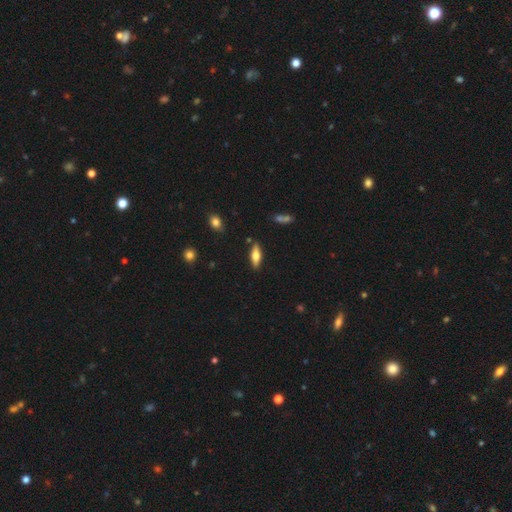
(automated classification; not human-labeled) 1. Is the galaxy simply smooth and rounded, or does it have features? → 58% smooth, 35% featured or disk, 7% star or artifact.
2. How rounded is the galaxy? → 57% in between, 40% cigar-shaped, 3% round.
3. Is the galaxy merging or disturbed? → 85% none, 10% minor disturbance, 2% major disturbance, 2% merger.